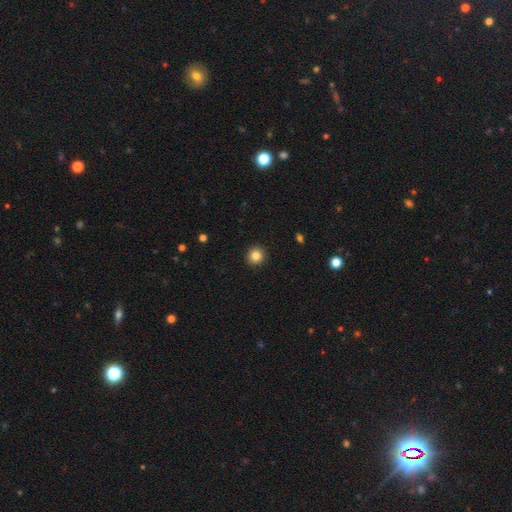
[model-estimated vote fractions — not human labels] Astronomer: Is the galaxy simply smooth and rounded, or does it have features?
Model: smooth — 84%.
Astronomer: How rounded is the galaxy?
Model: round — 94%.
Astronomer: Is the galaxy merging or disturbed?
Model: none — 93%.